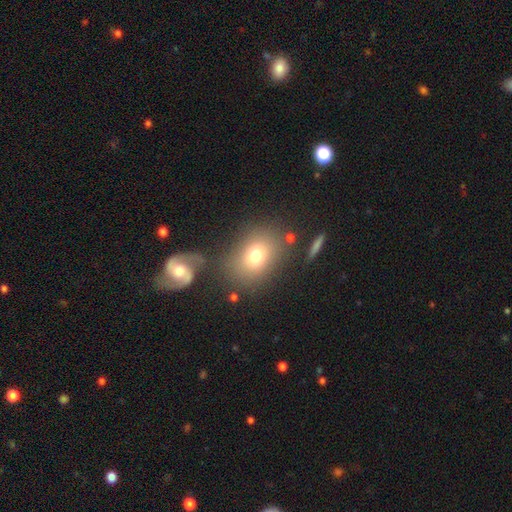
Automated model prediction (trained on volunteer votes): smooth 74%, featured or disk 14%, star or artifact 12%. Down the decision tree: how rounded — in between (56%); merging — none (72%).